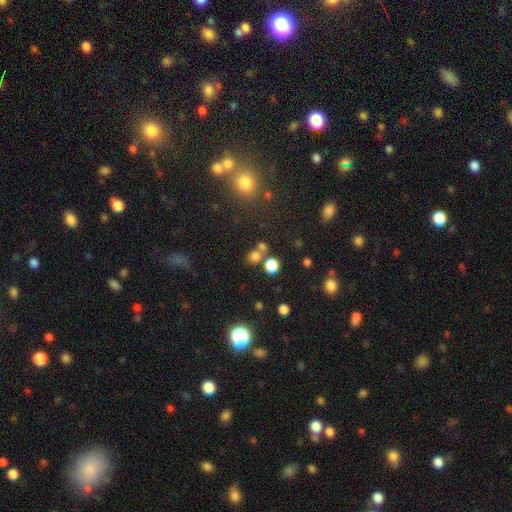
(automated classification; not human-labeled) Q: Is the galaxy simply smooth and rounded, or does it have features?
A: smooth — 73%.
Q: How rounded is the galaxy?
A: round — 71%.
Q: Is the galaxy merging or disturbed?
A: none — 57%.